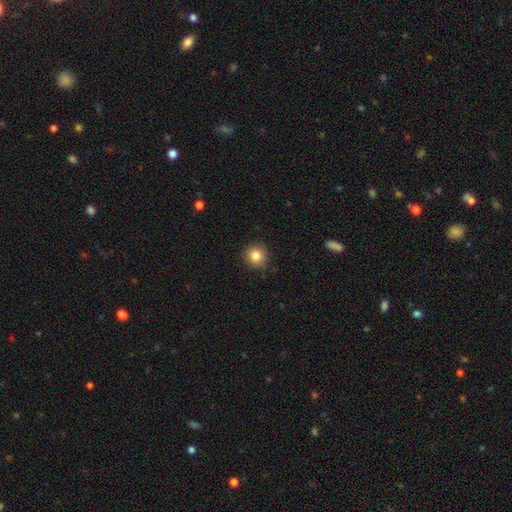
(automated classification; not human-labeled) smooth-or-featured: smooth: 84% | star or artifact: 10% | featured or disk: 6%
  how-rounded: round: 92% | in between: 7% | cigar-shaped: 1%
  merging: none: 89% | minor disturbance: 8% | major disturbance: 2% | merger: 1%